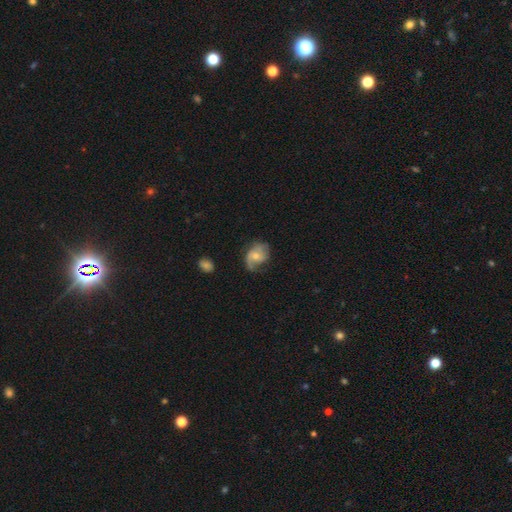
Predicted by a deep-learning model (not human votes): Smooth or featured? featured or disk (62%)
Edge-on disk? no (96%)
Bar? no (66%)
Spiral arms? yes (86%)
Spiral winding? loose (42%)
Spiral arm count? 2 (52%)
Bulge size? moderate (50%)
Merging? none (50%)